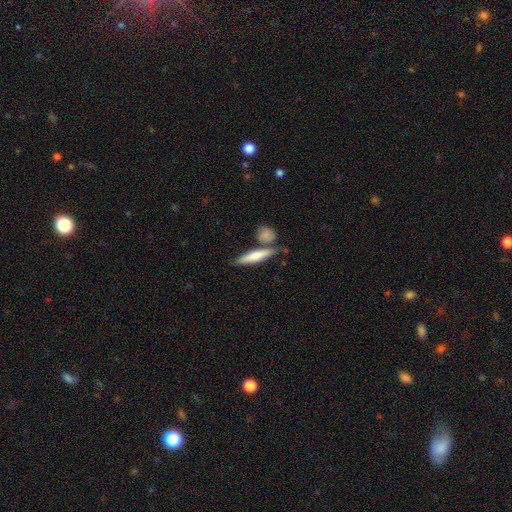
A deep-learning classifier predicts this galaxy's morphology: A smooth galaxy with no disk features (64%) that is cigar-shaped (82%). Merging: none (68%).